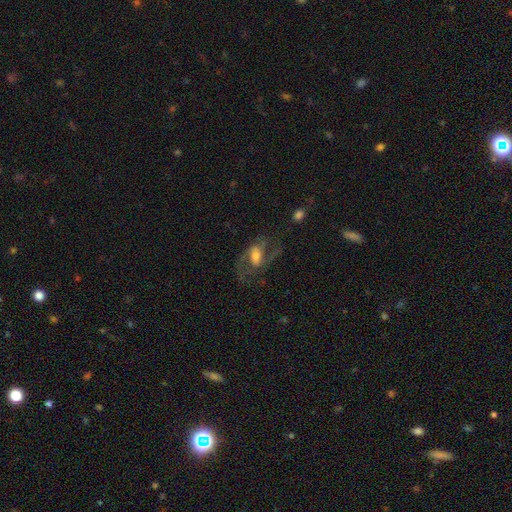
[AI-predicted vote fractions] This is likely a featured or disk galaxy (75%). It is clearly not viewed edge-on (96%). Bar: possibly weak (46%). Spiral arm pattern: clearly yes (90%). Spiral arm count: likely 2 (79%). Spiral winding: possibly medium (48%). Central bulge: possibly moderate (53%). Merging: possibly none (54%).